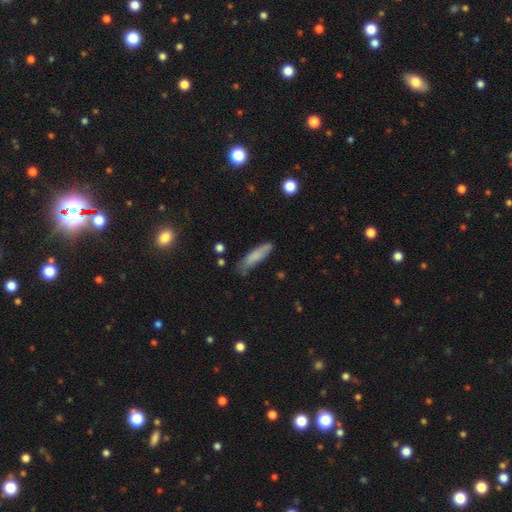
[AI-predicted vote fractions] Smooth or featured: smooth — 77% (featured or disk — 15%)
How rounded: cigar-shaped — 75% (in between — 23%)
Merging: none — 69% (minor disturbance — 24%)